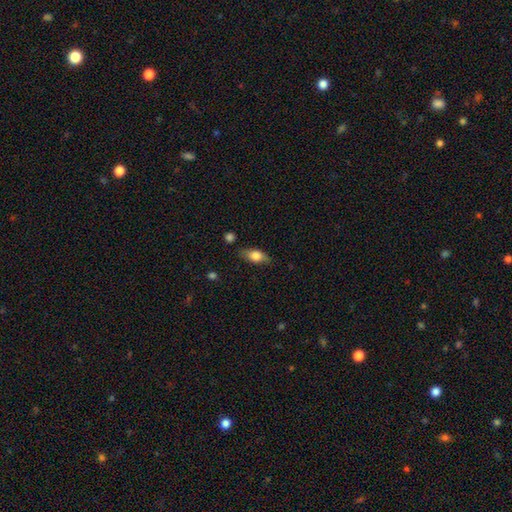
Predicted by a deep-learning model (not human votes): Q: Smooth or featured?
A: smooth (73%); runner-up: featured or disk (20%)
Q: How rounded?
A: in between (82%); runner-up: cigar-shaped (12%)
Q: Merging?
A: none (74%); runner-up: minor disturbance (19%)